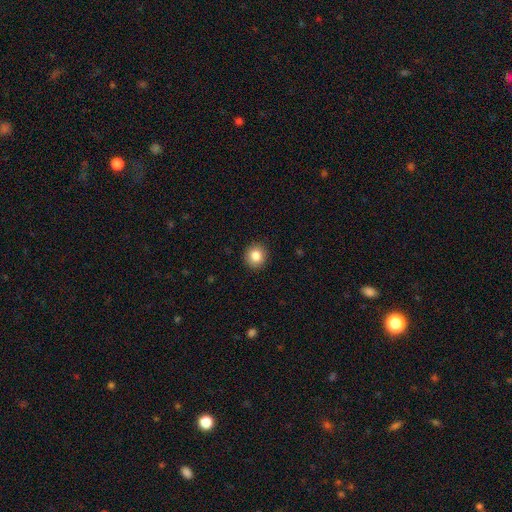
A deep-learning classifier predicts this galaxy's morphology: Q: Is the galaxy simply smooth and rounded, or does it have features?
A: smooth — 84%.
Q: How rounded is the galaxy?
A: round — 88%.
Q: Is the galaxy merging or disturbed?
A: none — 92%.